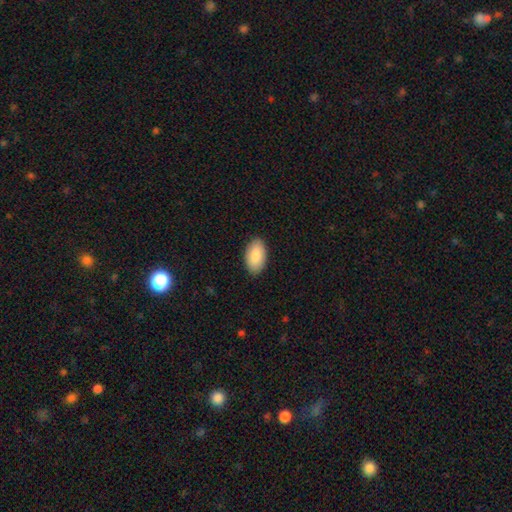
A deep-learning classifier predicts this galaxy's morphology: smooth 87%, featured or disk 7%, star or artifact 5%. Down the decision tree: how rounded — in between (96%); merging — none (89%).